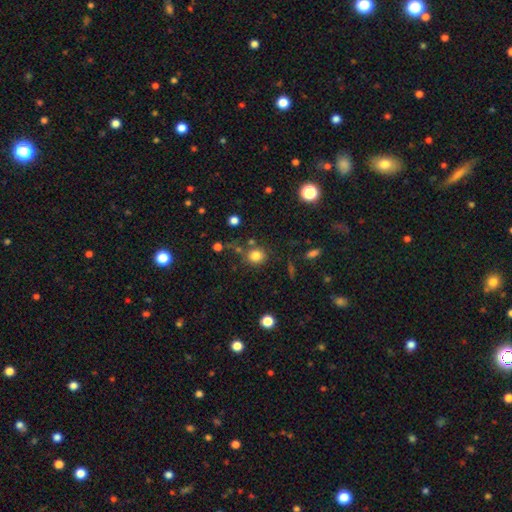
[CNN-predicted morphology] The model was most divided on "merging": none: 74%, minor disturbance: 12%, merger: 9%, major disturbance: 5%. More confident: how rounded — round (81%); smooth or featured — smooth (81%).